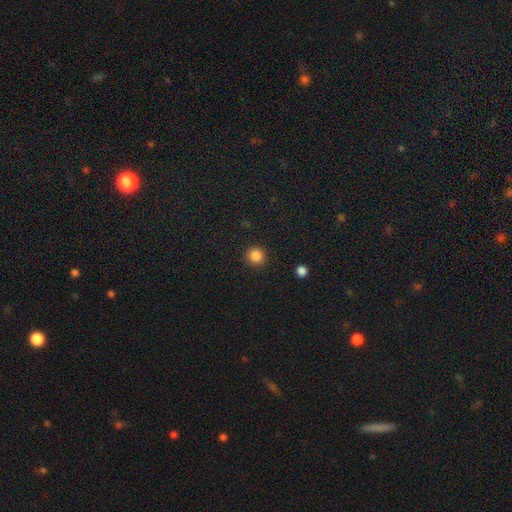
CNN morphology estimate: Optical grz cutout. It shows a smooth galaxy with no disk features (85%) that is round (94%). Merging: none (91%).